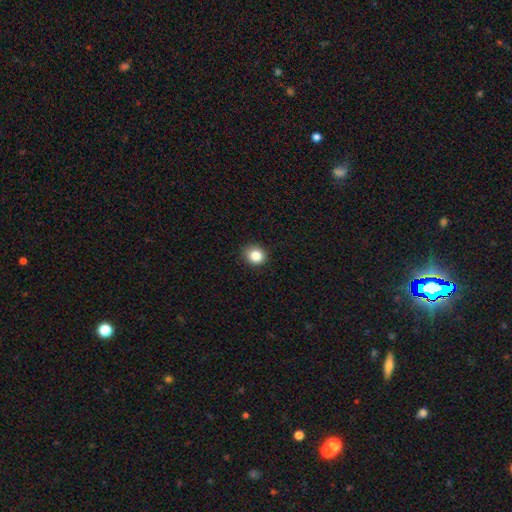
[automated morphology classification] The model was most divided on "how rounded": round: 79%, in between: 20%, cigar-shaped: 1%. More confident: merging — none (88%); smooth or featured — smooth (84%).